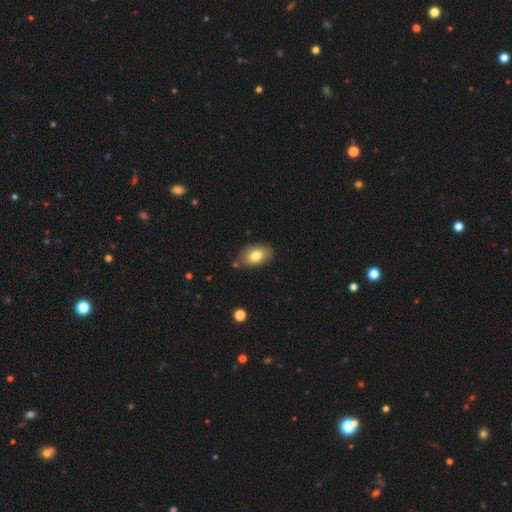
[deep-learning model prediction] This appears to be a smooth galaxy with no disk features (80%) that is in between round and cigar-shaped (89%). Merging: none (80%).